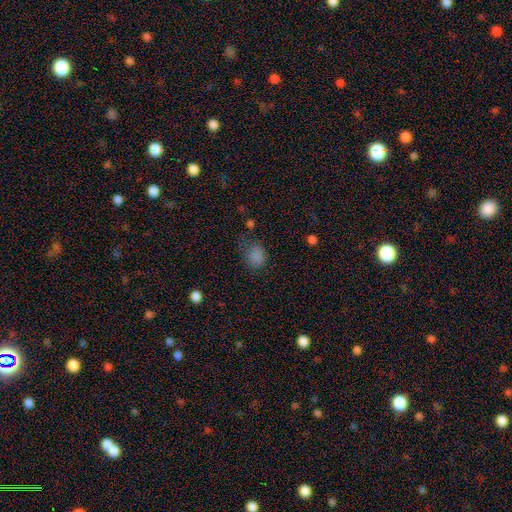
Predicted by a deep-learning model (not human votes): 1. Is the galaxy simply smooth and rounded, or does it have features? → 80% smooth, 15% star or artifact, 5% featured or disk.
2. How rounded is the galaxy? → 51% in between, 48% round, 1% cigar-shaped.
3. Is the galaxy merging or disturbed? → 57% none, 27% minor disturbance, 13% major disturbance, 3% merger.